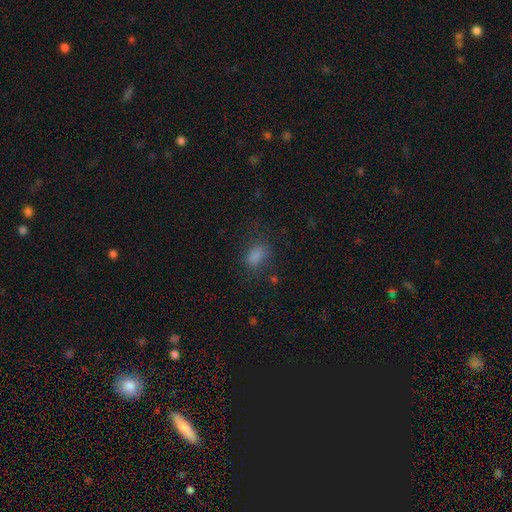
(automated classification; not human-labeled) Morphology: type=smooth (78%); roundness=in between (80%); merging=none (70%).